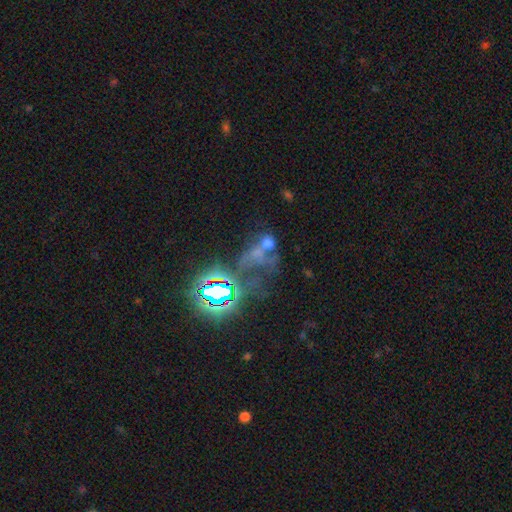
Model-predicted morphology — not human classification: Smooth or featured? star or artifact (42%)